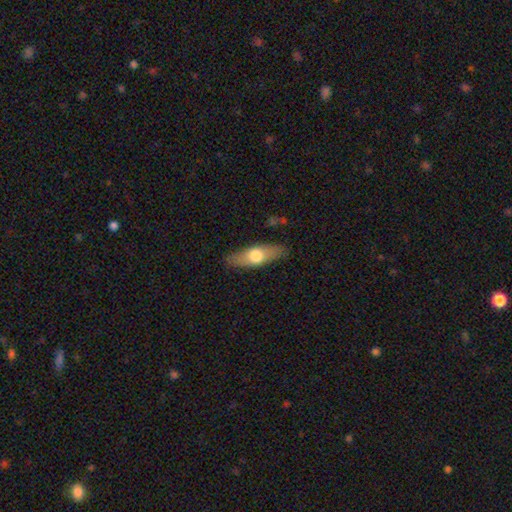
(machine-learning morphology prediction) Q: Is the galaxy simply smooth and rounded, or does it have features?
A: smooth — 61%.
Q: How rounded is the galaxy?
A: in between — 57%.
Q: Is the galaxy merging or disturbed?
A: none — 86%.